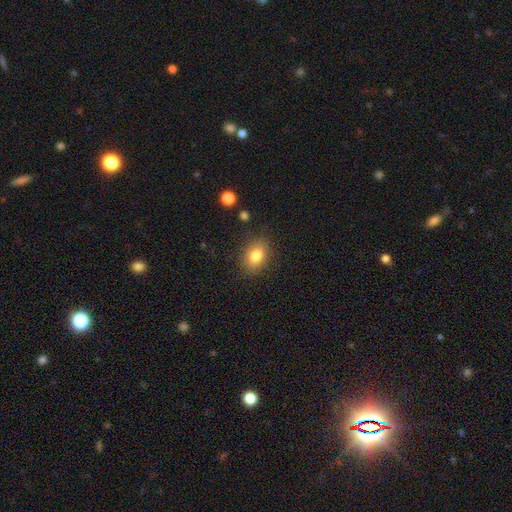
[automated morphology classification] smooth-or-featured: smooth: 81% | star or artifact: 10% | featured or disk: 9%
  how-rounded: in between: 65% | round: 33% | cigar-shaped: 1%
  merging: none: 85% | minor disturbance: 11% | major disturbance: 3% | merger: 2%